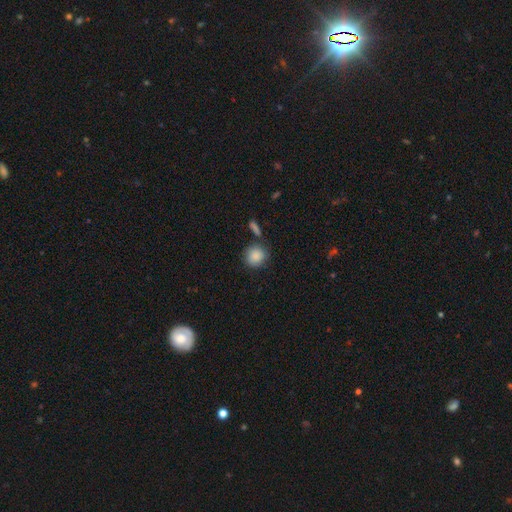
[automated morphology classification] smooth 88%, star or artifact 8%, featured or disk 4%. Down the decision tree: how rounded — round (84%); merging — none (74%).